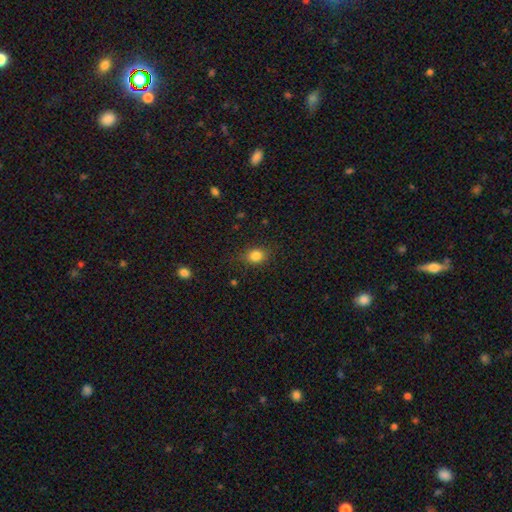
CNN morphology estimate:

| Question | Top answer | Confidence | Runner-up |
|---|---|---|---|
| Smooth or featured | smooth | 83% | star or artifact (11%) |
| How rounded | round | 52% | in between (46%) |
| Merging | none | 81% | minor disturbance (14%) |